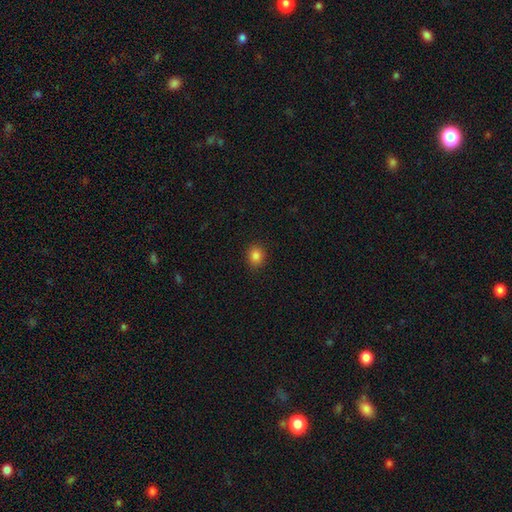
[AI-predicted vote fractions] Overall: smooth (84%). How rounded: round (69%; in between 30%). Merging: none (90%).